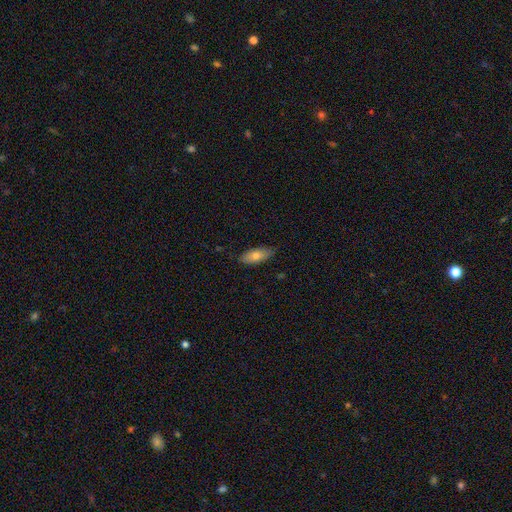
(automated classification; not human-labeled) The model was most divided on "smooth or featured": smooth: 75%, featured or disk: 19%, star or artifact: 7%. More confident: merging — none (83%); how rounded — in between (79%).